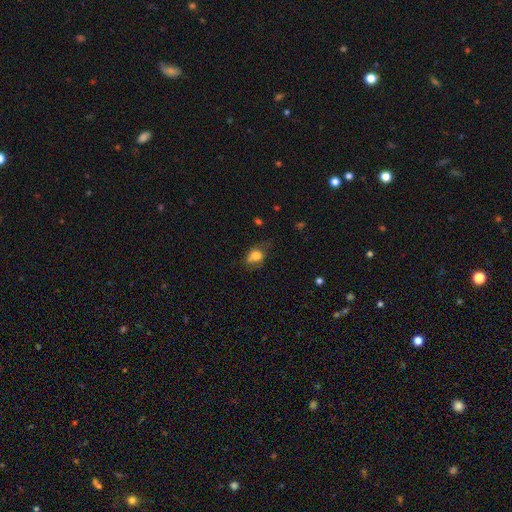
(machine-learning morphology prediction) This is likely a smooth galaxy (76%). How rounded: possibly in between (57%). Merging: possibly none (56%).